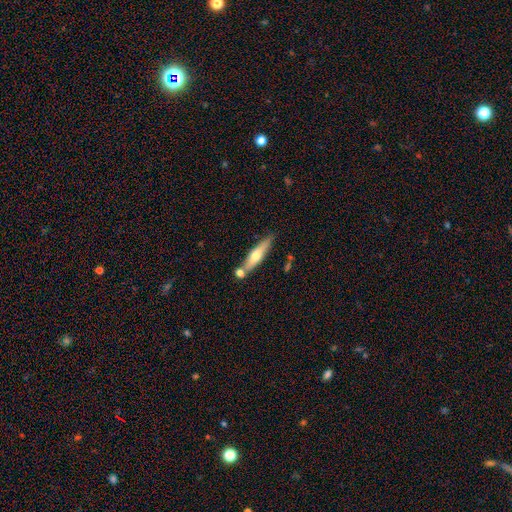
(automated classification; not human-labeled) smooth-or-featured: smooth: 50% | featured or disk: 44% | star or artifact: 6%
  how-rounded: cigar-shaped: 78% | in between: 20% | round: 2%
  merging: none: 67% | merger: 17% | minor disturbance: 13% | major disturbance: 3%